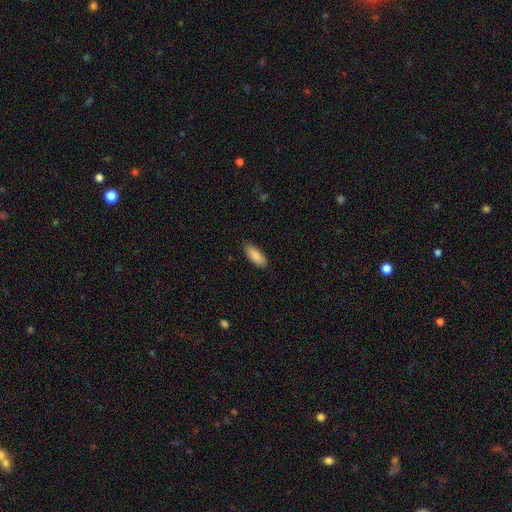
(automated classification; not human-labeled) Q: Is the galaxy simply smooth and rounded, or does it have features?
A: smooth — 88%.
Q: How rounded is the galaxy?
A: in between — 82%.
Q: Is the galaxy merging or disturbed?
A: none — 85%.